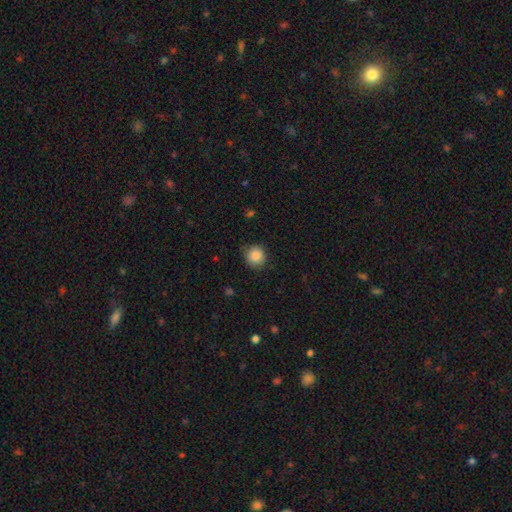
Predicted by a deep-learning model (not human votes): Smooth or featured?
  - smooth: 87% *
  - star or artifact: 9%
  - featured or disk: 4%
How rounded?
  - round: 91% *
  - in between: 8%
  - cigar-shaped: 1%
Merging?
  - none: 84% *
  - minor disturbance: 12%
  - major disturbance: 3%
  - merger: 1%